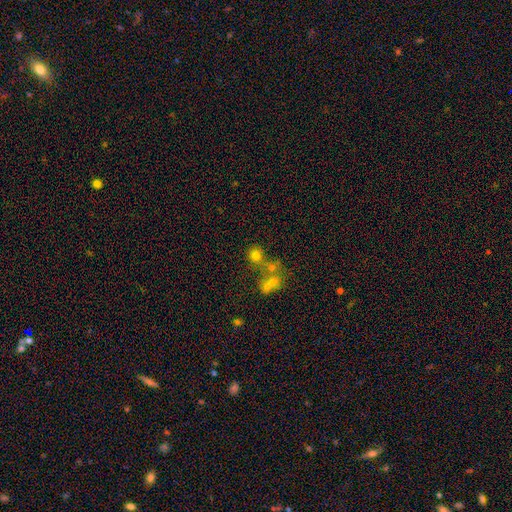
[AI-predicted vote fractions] Smooth or featured?
  - smooth: 71% *
  - star or artifact: 17%
  - featured or disk: 12%
How rounded?
  - round: 86% *
  - in between: 12%
  - cigar-shaped: 1%
Merging?
  - none: 54% *
  - merger: 32%
  - minor disturbance: 9%
  - major disturbance: 5%